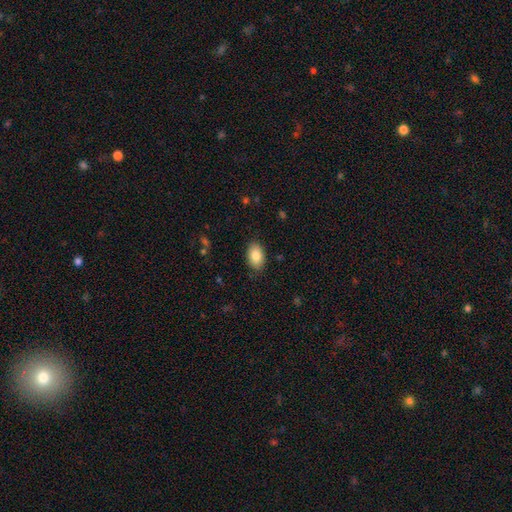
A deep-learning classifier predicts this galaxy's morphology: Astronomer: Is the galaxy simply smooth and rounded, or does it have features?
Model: smooth — 85%.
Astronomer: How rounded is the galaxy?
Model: in between — 89%.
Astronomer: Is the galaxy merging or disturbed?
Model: none — 88%.